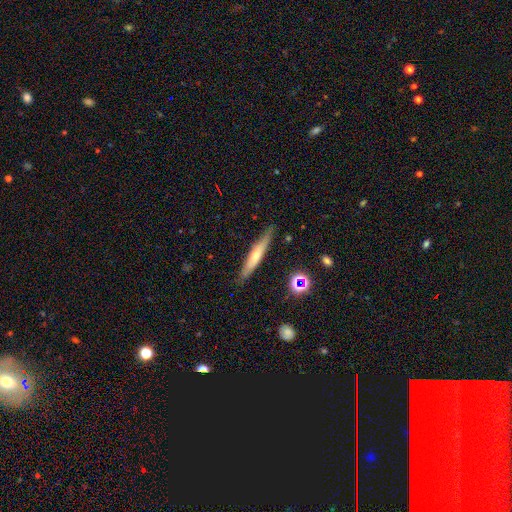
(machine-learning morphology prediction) Overall: smooth (48%; featured or disk 44%). Merging: none (84%).